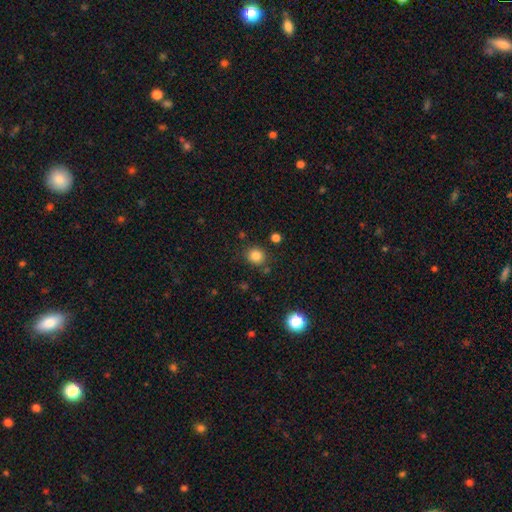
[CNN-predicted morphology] Smooth or featured? smooth (83%)
How rounded? round (81%)
Merging? none (83%)